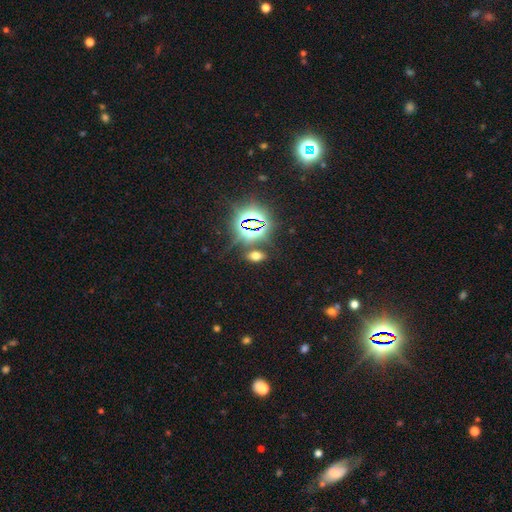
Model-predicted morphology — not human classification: The model was most divided on "smooth or featured": smooth: 51%, star or artifact: 39%, featured or disk: 10%. More confident: how rounded — in between (84%); merging — none (81%).